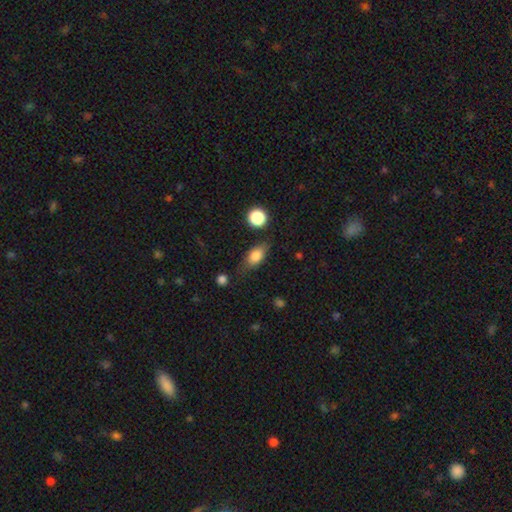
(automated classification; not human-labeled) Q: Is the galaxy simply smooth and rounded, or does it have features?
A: smooth — 79%.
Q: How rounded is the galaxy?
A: in between — 80%.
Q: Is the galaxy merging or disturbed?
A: none — 67%.